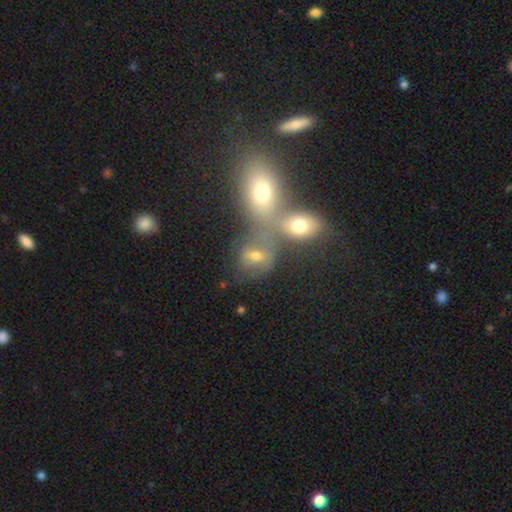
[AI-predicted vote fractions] This appears to be a smooth galaxy with no disk features (56%) that is in between round and cigar-shaped (55%). Merging: merger (46%).